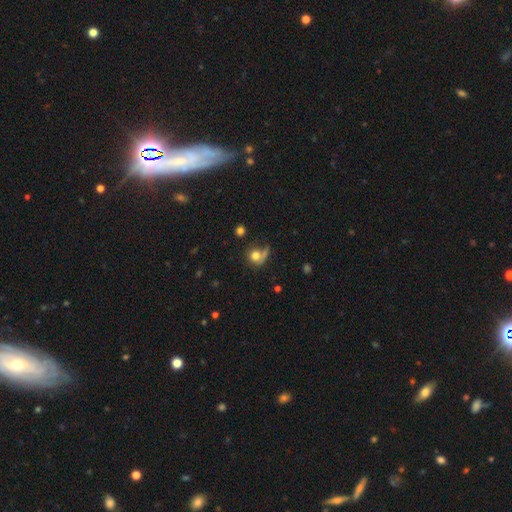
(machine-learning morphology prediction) The model was most divided on "merging": none: 43%, major disturbance: 22%, minor disturbance: 18%, merger: 17%. More confident: how rounded — round (76%); smooth or featured — smooth (72%).